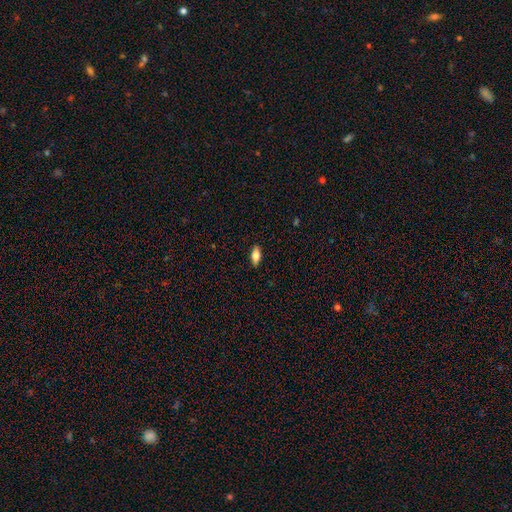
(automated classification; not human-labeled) This is likely a smooth galaxy (74%). How rounded: clearly in between (81%). Merging: clearly none (89%).